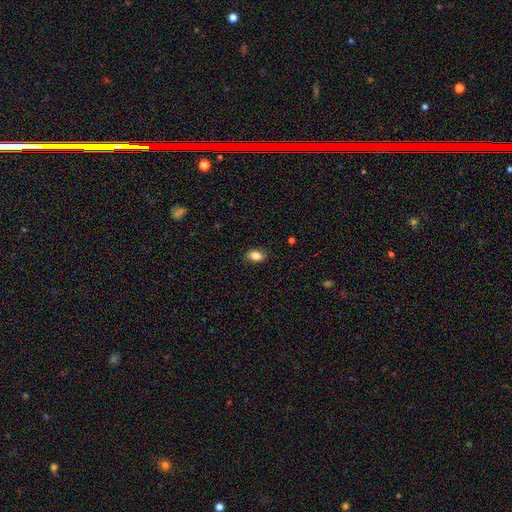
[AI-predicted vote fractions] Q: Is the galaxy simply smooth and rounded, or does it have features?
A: smooth — 84%.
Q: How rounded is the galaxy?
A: in between — 85%.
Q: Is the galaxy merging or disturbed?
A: none — 84%.